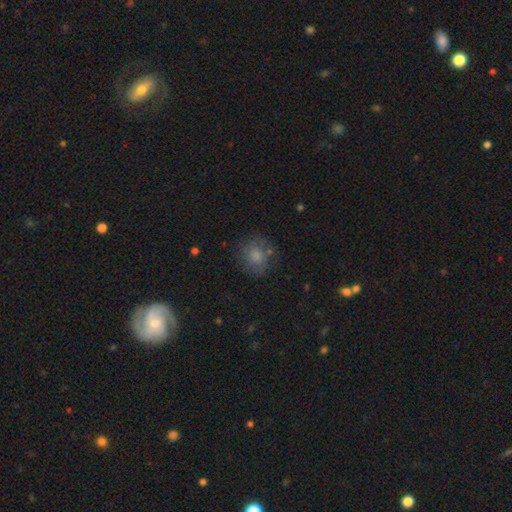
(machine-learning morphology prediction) The model was most divided on "merging": none: 68%, minor disturbance: 19%, major disturbance: 9%, merger: 3%. More confident: how rounded — round (79%); smooth or featured — smooth (73%).